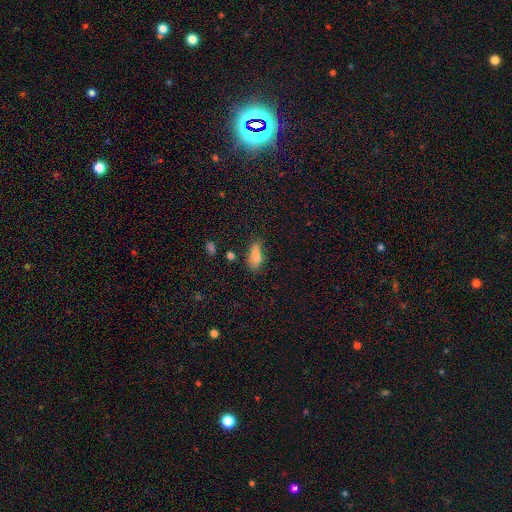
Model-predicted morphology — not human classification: A smooth galaxy with no disk features (78%) that is in between round and cigar-shaped (74%). Merging: none (59%).